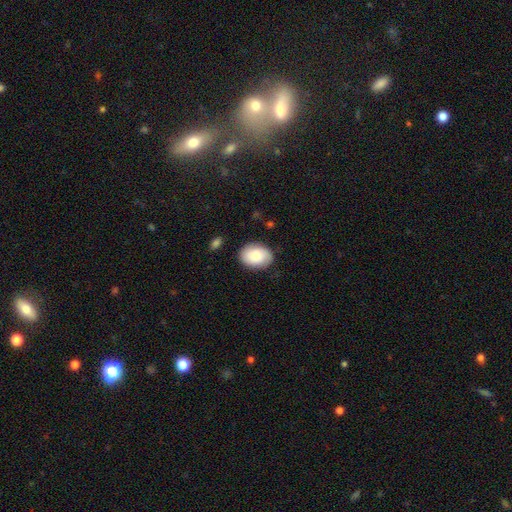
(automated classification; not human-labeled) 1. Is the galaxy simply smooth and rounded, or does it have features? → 79% smooth, 14% featured or disk, 7% star or artifact.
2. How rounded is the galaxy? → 69% in between, 30% round, 1% cigar-shaped.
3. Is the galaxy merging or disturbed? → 84% none, 12% minor disturbance, 3% major disturbance, 2% merger.